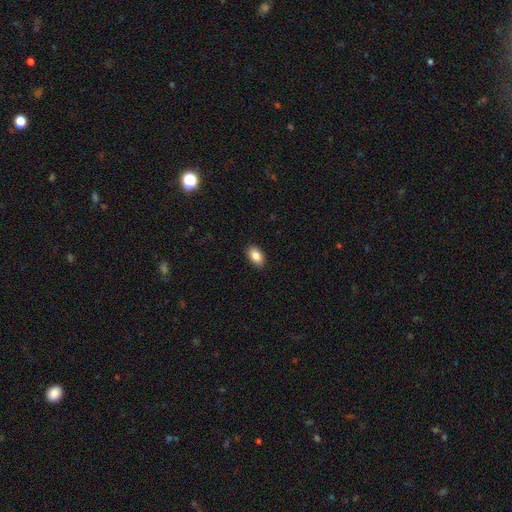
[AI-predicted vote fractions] Q: Smooth or featured?
A: smooth (86%); runner-up: star or artifact (8%)
Q: How rounded?
A: in between (92%); runner-up: round (7%)
Q: Merging?
A: none (90%); runner-up: minor disturbance (8%)